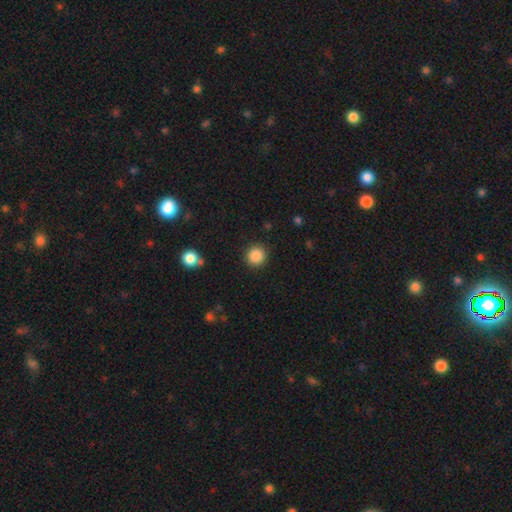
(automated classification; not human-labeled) Smooth or featured? Predicted: smooth (p=0.87). How rounded? Predicted: round (p=0.93). Merging? Predicted: none (p=0.90).